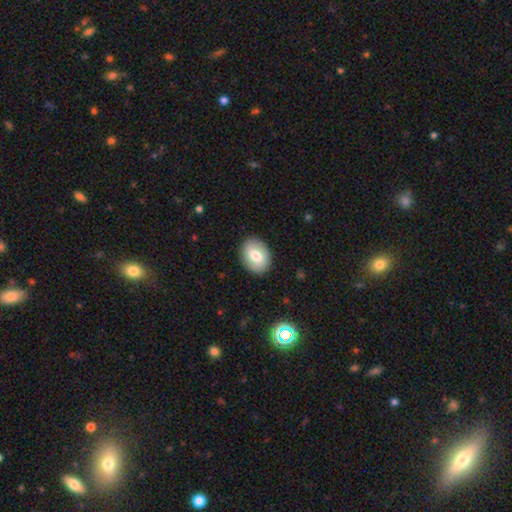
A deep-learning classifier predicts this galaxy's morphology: Overall: smooth (68%). How rounded: in between (66%; round 33%). Merging: none (88%).